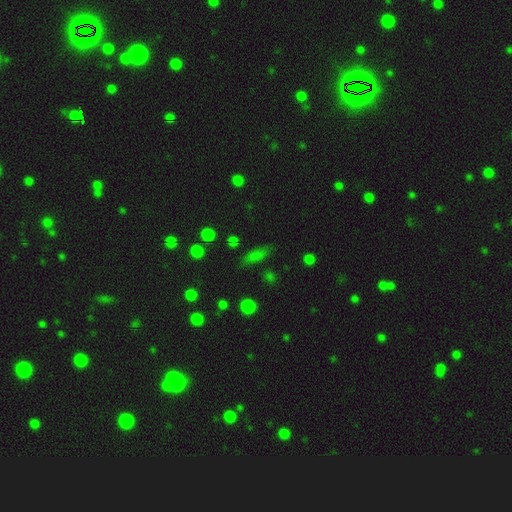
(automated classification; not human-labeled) This is likely a smooth galaxy (65%). How rounded: possibly in between (56%). Merging: likely none (76%).